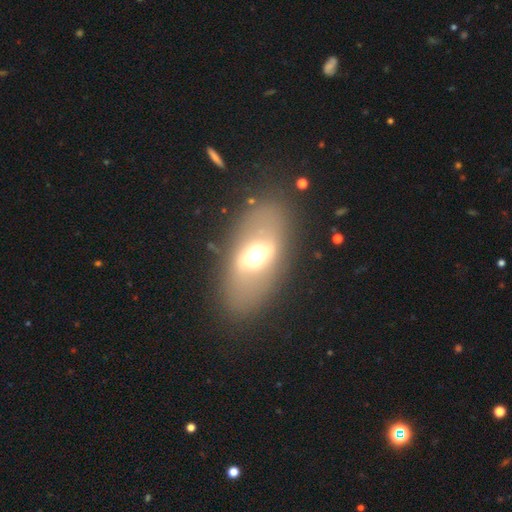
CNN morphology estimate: Smooth or featured: featured or disk — 49% (smooth — 39%)
Merging: none — 79% (minor disturbance — 11%)